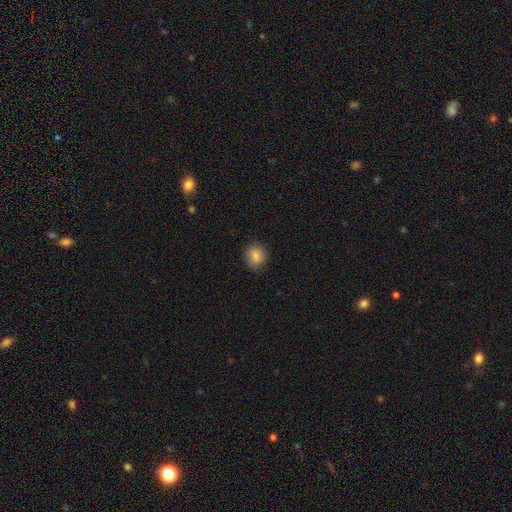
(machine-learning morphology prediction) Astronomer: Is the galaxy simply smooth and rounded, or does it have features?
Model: smooth — 84%.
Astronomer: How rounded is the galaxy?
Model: round — 78%.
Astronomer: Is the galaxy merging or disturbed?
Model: none — 86%.